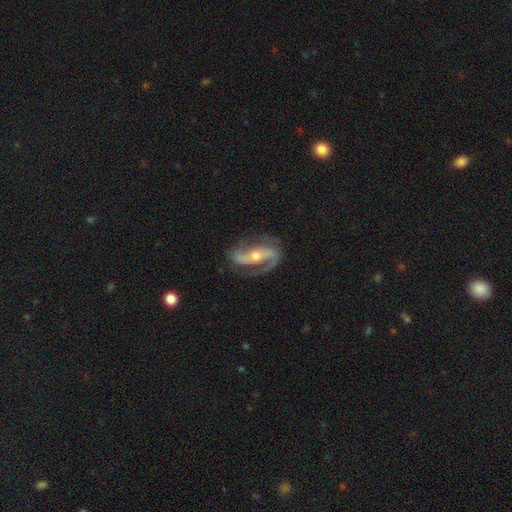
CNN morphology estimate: Overall: featured or disk (89%). Edge-on disk: no (95%). Bar: strong (49%; no 26%). Spiral arms: yes (96%). Spiral arm count: 2 (88%). Spiral winding: medium (48%; loose 26%). Bulge size: moderate (49%; small 46%). Merging: none (76%).